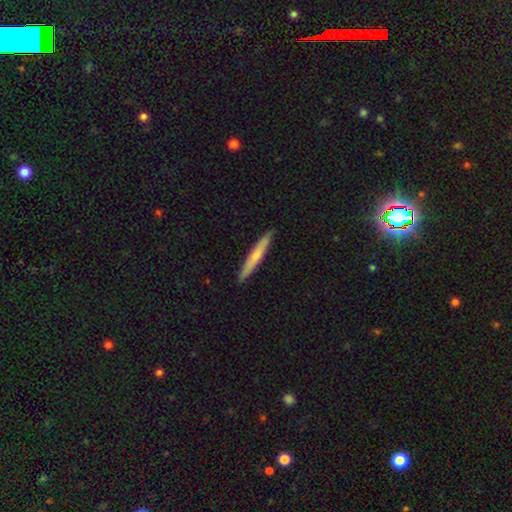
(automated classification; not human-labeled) A smooth galaxy with no disk features (64%) that is cigar-shaped (96%).

Vote fractions:
- Smooth or featured? smooth: 64% / featured or disk: 31% / star or artifact: 5%
- How rounded? cigar-shaped: 96% / in between: 3% / round: 1%
- Merging? none: 90% / minor disturbance: 7% / major disturbance: 1% / merger: 1%